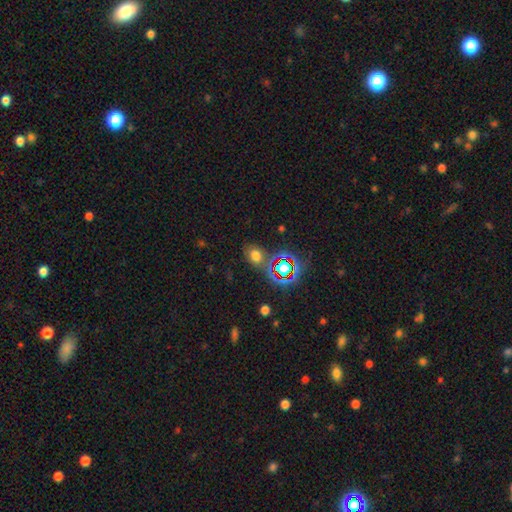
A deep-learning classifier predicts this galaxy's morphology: Smooth or featured? Predicted: smooth (p=0.62). How rounded? Predicted: in between (p=0.54). Merging? Predicted: none (p=0.73).